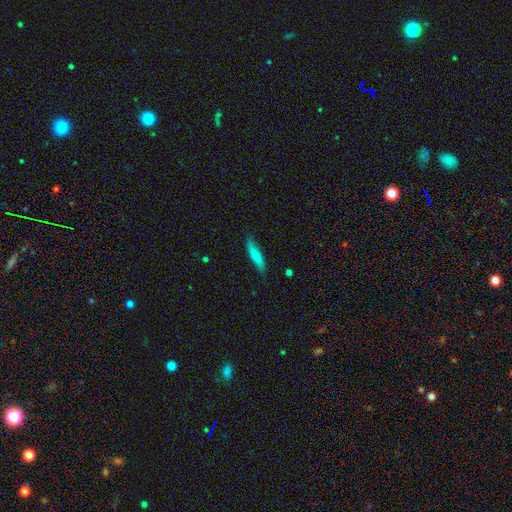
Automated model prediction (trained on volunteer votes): smooth_or_featured: smooth (p=0.63) [alt: featured or disk p=0.32]
how_rounded: cigar-shaped (p=0.83) [alt: in between p=0.15]
merging: none (p=0.83) [alt: minor disturbance p=0.14]